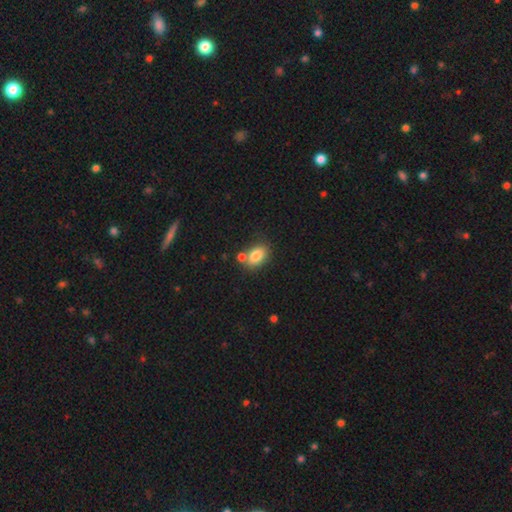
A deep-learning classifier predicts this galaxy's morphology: Smooth or featured: smooth — 83% (star or artifact — 9%)
How rounded: in between — 81% (round — 18%)
Merging: none — 63% (merger — 20%)